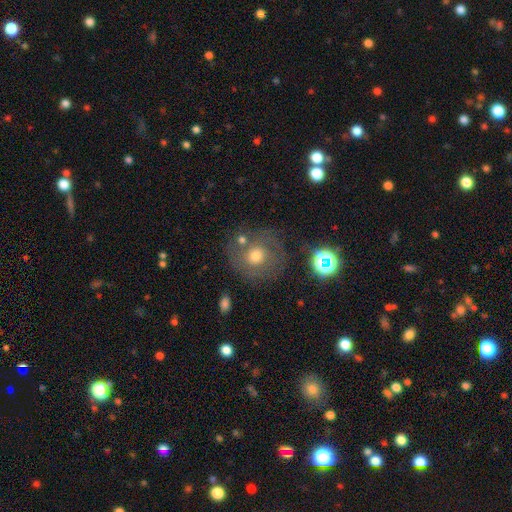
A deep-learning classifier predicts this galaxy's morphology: Smooth or featured: smooth — 43% (featured or disk — 41%)
Merging: none — 72% (minor disturbance — 14%)